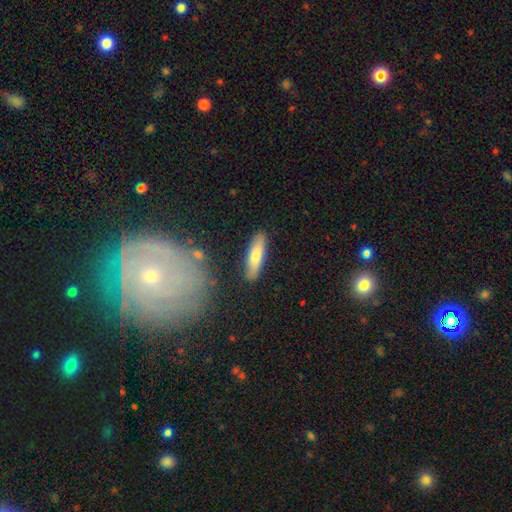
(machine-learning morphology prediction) smooth-or-featured: smooth: 72% | featured or disk: 22% | star or artifact: 6%
  how-rounded: cigar-shaped: 63% | in between: 35% | round: 2%
  merging: none: 86% | minor disturbance: 9% | merger: 2% | major disturbance: 2%